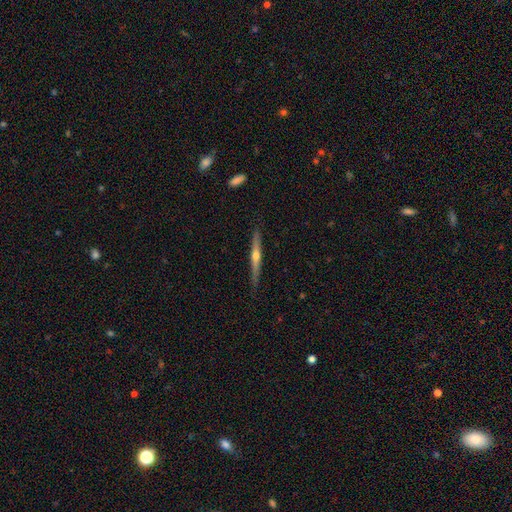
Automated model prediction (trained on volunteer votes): Smooth or featured?
  - featured or disk: 68% *
  - smooth: 26%
  - star or artifact: 6%
Edge-on disk?
  - yes: 97% *
  - no: 3%
Edge-on bulge?
  - rounded: 87% *
  - none: 10%
  - boxy: 3%
Merging?
  - none: 86% *
  - minor disturbance: 11%
  - major disturbance: 2%
  - merger: 1%